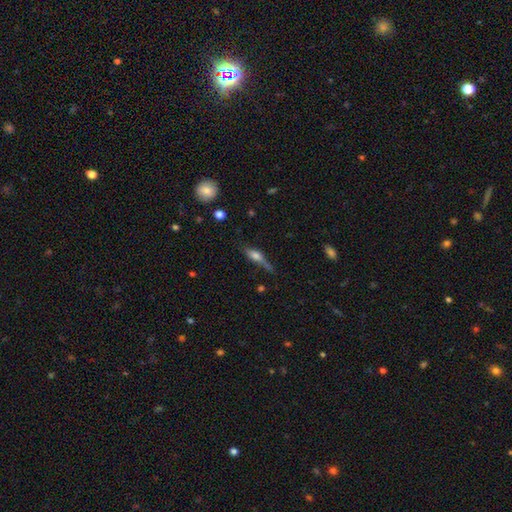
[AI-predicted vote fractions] smooth_or_featured: smooth (p=0.49) [alt: featured or disk p=0.42]
merging: none (p=0.51) [alt: minor disturbance p=0.28]